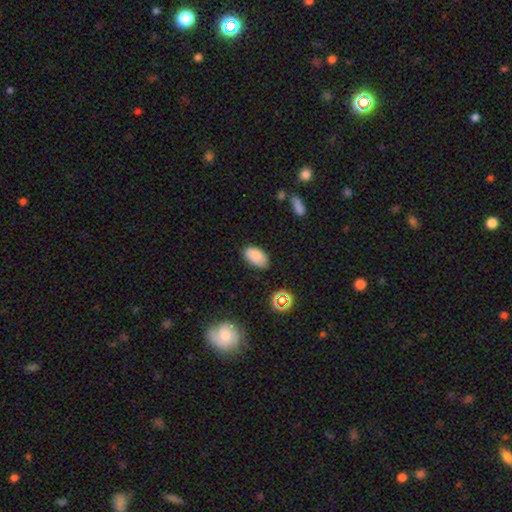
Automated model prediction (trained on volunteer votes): smooth_or_featured: smooth (p=0.84) [alt: star or artifact p=0.09]
how_rounded: in between (p=0.93) [alt: round p=0.05]
merging: none (p=0.81) [alt: minor disturbance p=0.14]